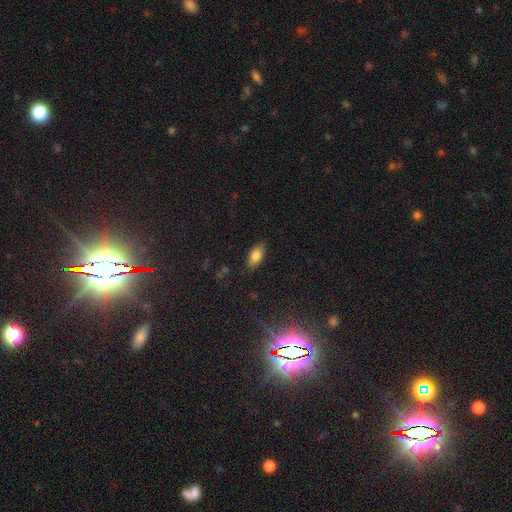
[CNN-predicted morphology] Smooth or featured: smooth — 82% (featured or disk — 10%)
How rounded: in between — 90% (cigar-shaped — 6%)
Merging: none — 84% (minor disturbance — 12%)